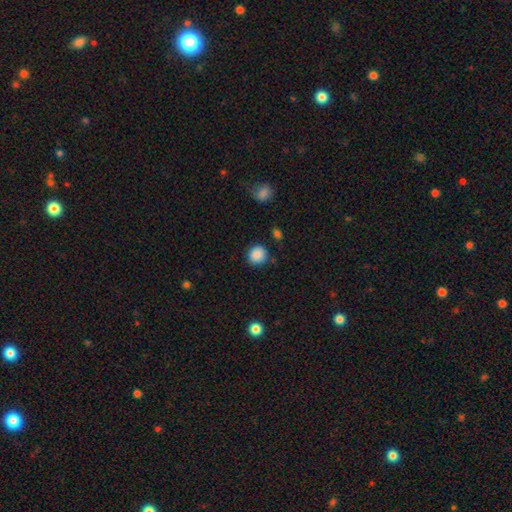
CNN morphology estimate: Smooth or featured: smooth — 88% (star or artifact — 9%)
How rounded: round — 87% (in between — 12%)
Merging: none — 84% (minor disturbance — 10%)